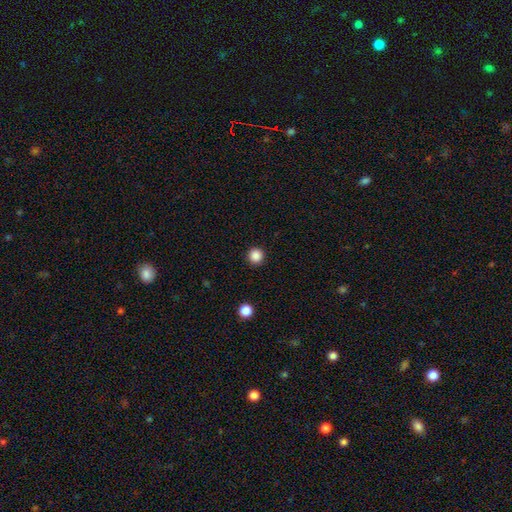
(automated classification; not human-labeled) Smooth or featured? smooth (87%)
How rounded? round (96%)
Merging? none (93%)